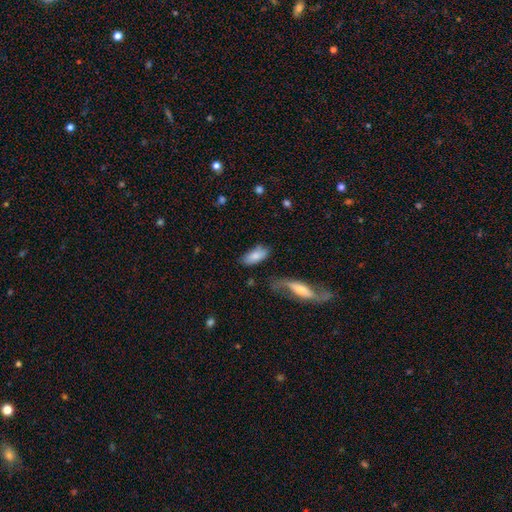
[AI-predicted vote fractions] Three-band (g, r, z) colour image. It shows a smooth galaxy with no disk features (81%) that is in between round and cigar-shaped (88%). Merging: none (69%).